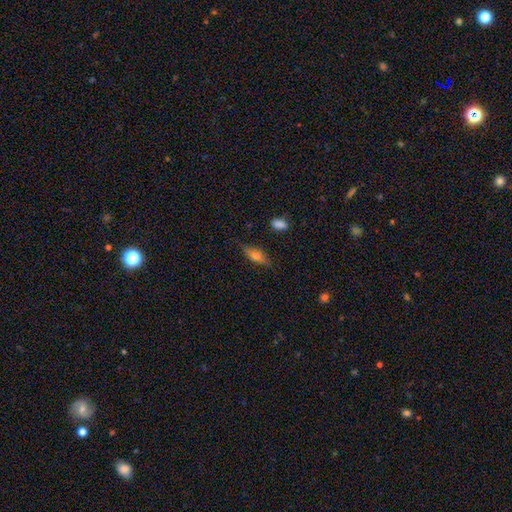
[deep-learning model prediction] Smooth or featured? Predicted: smooth (p=0.62). How rounded? Predicted: in between (p=0.60). Merging? Predicted: none (p=0.79).